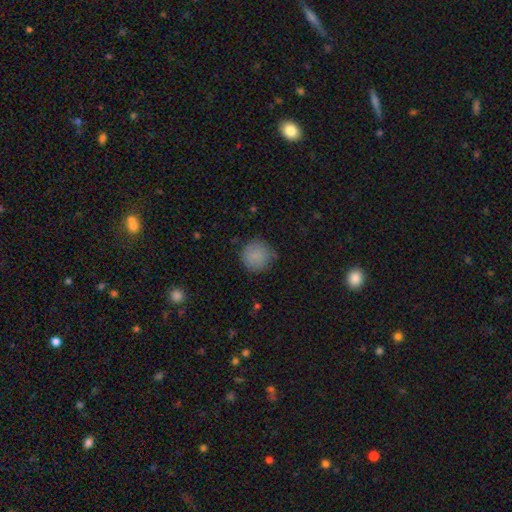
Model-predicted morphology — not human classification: A smooth galaxy with no disk features (85%) that is round (93%).

Vote fractions:
- Smooth or featured? smooth: 85% / star or artifact: 9% / featured or disk: 6%
- How rounded? round: 93% / in between: 6% / cigar-shaped: 1%
- Merging? none: 80% / minor disturbance: 15% / major disturbance: 4% / merger: 1%